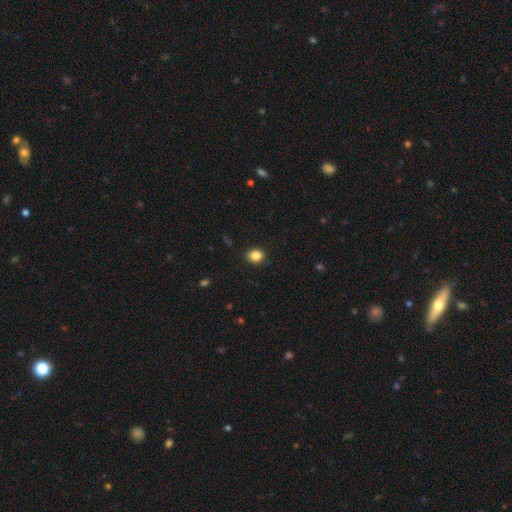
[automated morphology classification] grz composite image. It shows a smooth galaxy with no disk features (86%) that is round (55%). Merging: none (90%).